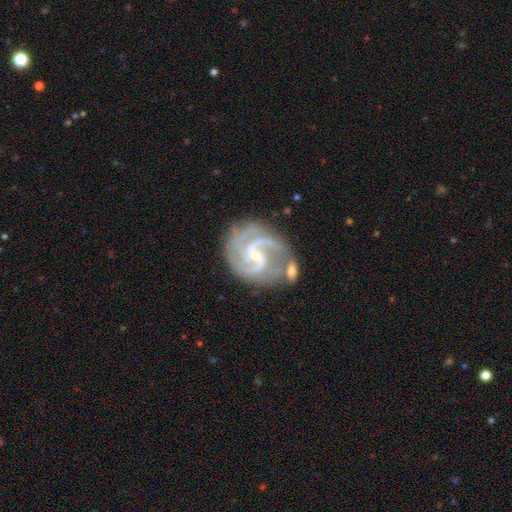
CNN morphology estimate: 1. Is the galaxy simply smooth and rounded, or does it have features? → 92% featured or disk, 5% star or artifact, 3% smooth.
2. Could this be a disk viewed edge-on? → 98% no, 2% yes.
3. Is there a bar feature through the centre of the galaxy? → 52% weak, 29% no, 19% strong.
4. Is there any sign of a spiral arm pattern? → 98% yes, 2% no.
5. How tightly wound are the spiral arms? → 57% medium, 27% tight, 16% loose.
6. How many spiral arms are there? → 52% 2, 26% 3, 8% can't tell, 6% 4, 4% 1, 4% more than 4.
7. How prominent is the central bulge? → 78% small, 14% moderate, 6% none, 1% large, 1% dominant.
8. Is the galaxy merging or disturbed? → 52% none, 19% minor disturbance, 18% merger, 11% major disturbance.